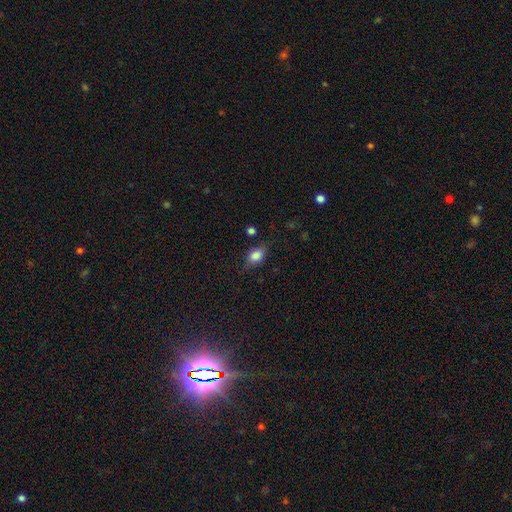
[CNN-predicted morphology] The model was most divided on "merging": none: 74%, minor disturbance: 20%, major disturbance: 5%, merger: 2%. More confident: smooth or featured — smooth (80%); how rounded — in between (79%).